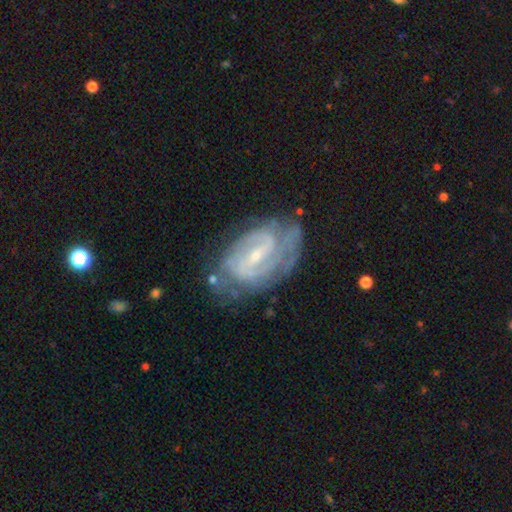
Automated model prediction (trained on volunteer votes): Smooth or featured? Predicted: featured or disk (p=0.86). Edge-on disk? Predicted: no (p=0.96). Bar? Predicted: weak (p=0.50). Spiral arms? Predicted: yes (p=0.93). Spiral winding? Predicted: tight (p=0.56). Spiral arm count? Predicted: 2 (p=0.53). Bulge size? Predicted: small (p=0.68). Merging? Predicted: none (p=0.64).